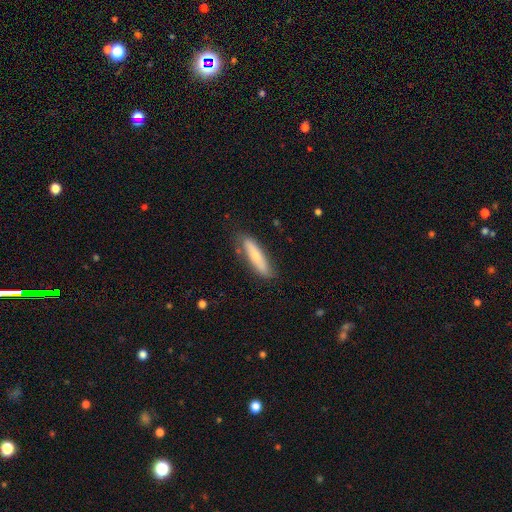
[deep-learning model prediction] A smooth galaxy with no disk features (64%) that is cigar-shaped (78%).

Vote fractions:
- Smooth or featured? smooth: 64% / featured or disk: 31% / star or artifact: 6%
- How rounded? cigar-shaped: 78% / in between: 21% / round: 2%
- Merging? none: 80% / minor disturbance: 15% / major disturbance: 3% / merger: 2%